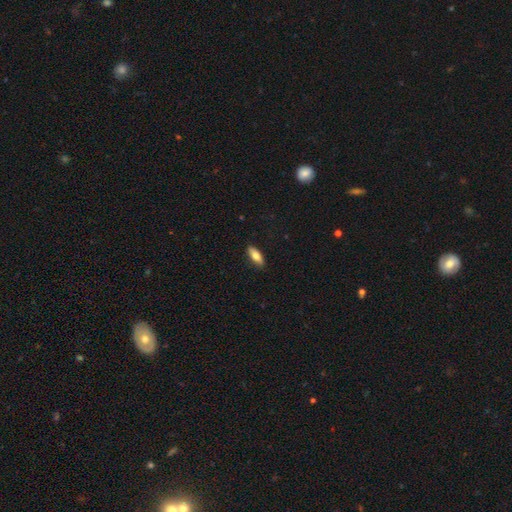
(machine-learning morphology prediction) A smooth galaxy with no disk features (78%) that is in between round and cigar-shaped (74%).

Vote fractions:
- Smooth or featured? smooth: 78% / featured or disk: 16% / star or artifact: 6%
- How rounded? in between: 74% / cigar-shaped: 24% / round: 2%
- Merging? none: 88% / minor disturbance: 9% / major disturbance: 2% / merger: 1%